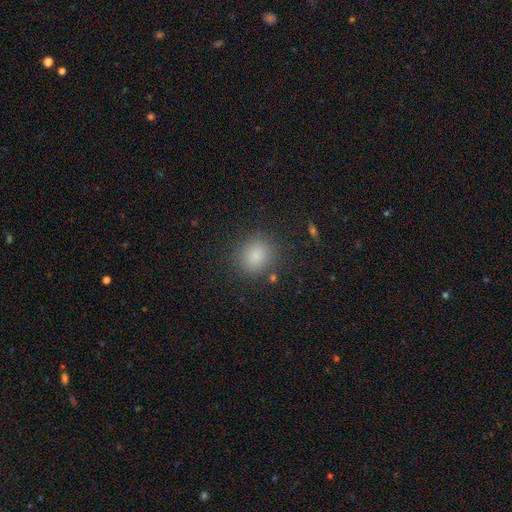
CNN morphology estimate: This is clearly a smooth galaxy (83%). How rounded: likely round (76%). Merging: clearly none (85%).